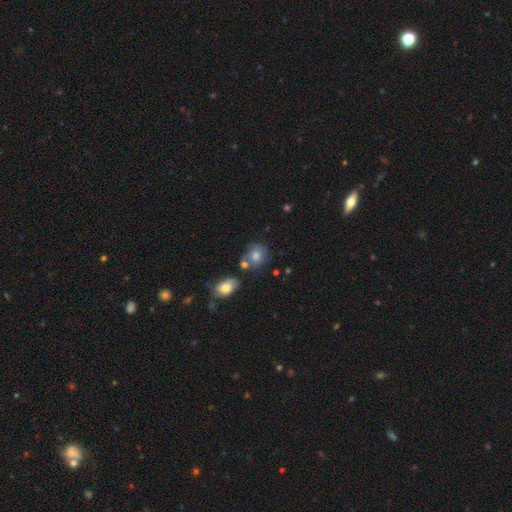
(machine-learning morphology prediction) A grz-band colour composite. It shows a smooth galaxy with no disk features (71%) that is round (64%). Merging: none (54%).